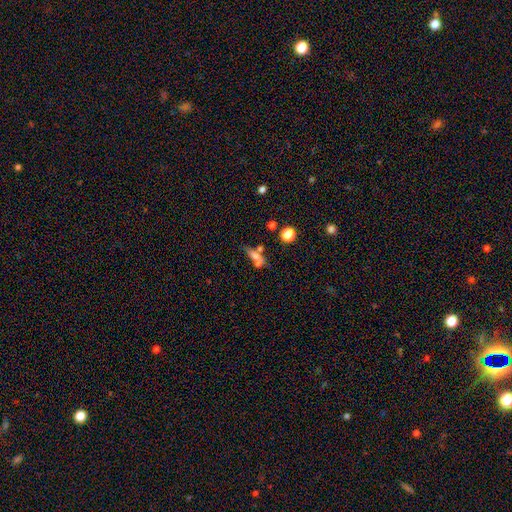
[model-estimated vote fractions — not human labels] Smooth or featured? Predicted: smooth (p=0.58). How rounded? Predicted: in between (p=0.42). Merging? Predicted: merger (p=0.42).